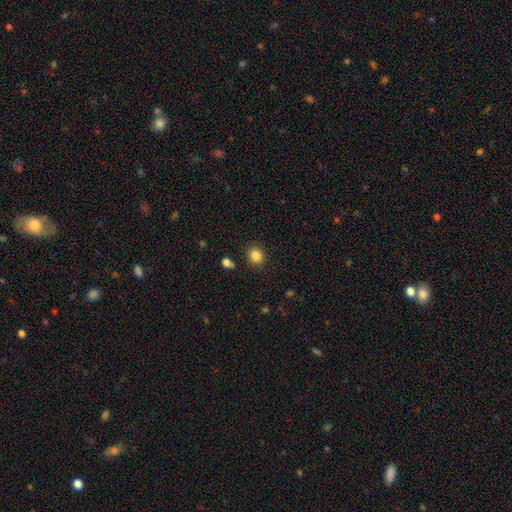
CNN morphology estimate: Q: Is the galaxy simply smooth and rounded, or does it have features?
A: smooth — 85%.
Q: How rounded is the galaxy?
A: round — 70%.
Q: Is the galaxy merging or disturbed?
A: none — 86%.